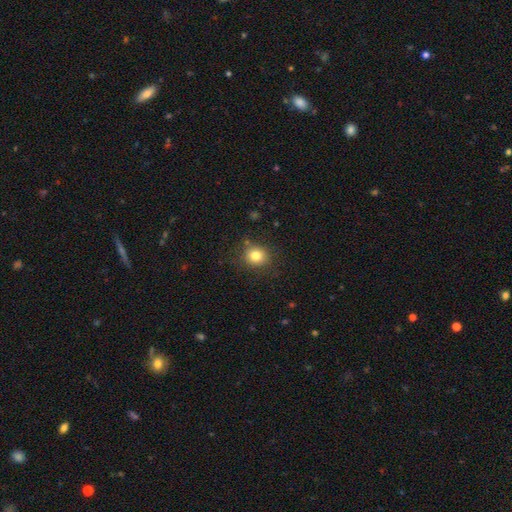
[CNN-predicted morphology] A smooth galaxy with no disk features (81%) that is round (80%). Merging: none (85%).